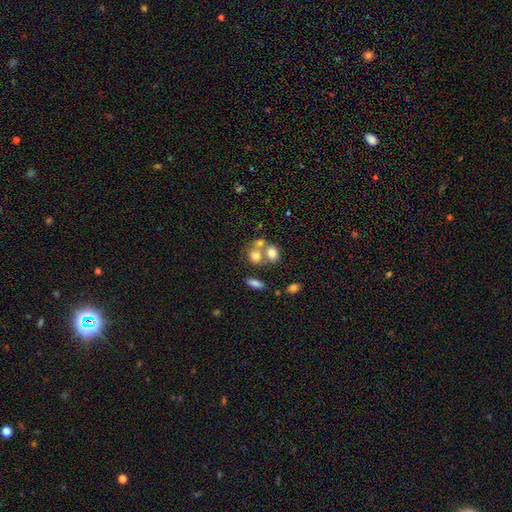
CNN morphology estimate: Smooth or featured?
  - smooth: 70% *
  - featured or disk: 18%
  - star or artifact: 12%
How rounded?
  - round: 60% *
  - in between: 39%
  - cigar-shaped: 1%
Merging?
  - merger: 51% *
  - none: 34%
  - minor disturbance: 9%
  - major disturbance: 6%